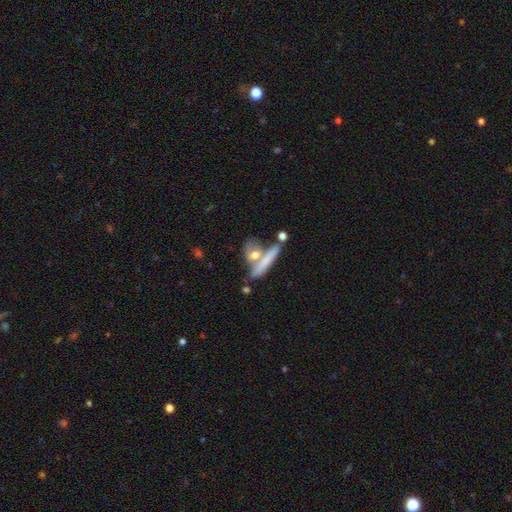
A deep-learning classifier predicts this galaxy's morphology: Smooth or featured: smooth — 54% (featured or disk — 37%)
How rounded: cigar-shaped — 66% (in between — 24%)
Merging: none — 48% (merger — 33%)